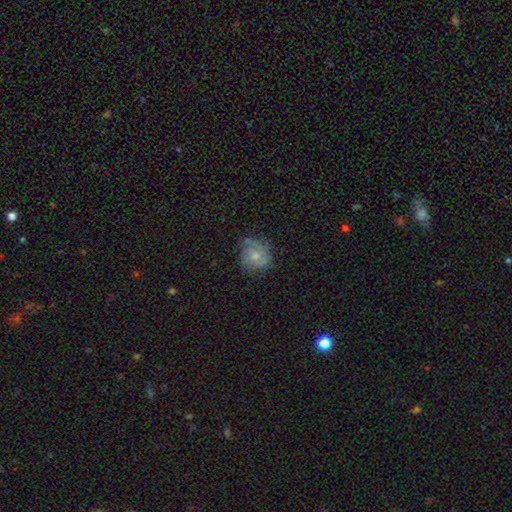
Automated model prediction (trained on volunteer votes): smooth-or-featured: smooth: 47% | featured or disk: 45% | star or artifact: 8%
  merging: none: 59% | minor disturbance: 27% | major disturbance: 13% | merger: 2%